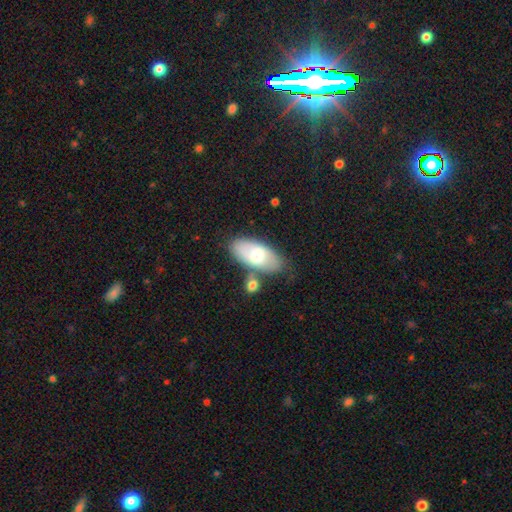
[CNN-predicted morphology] This is possibly a smooth galaxy (59%). How rounded: clearly in between (90%). Merging: likely none (66%).